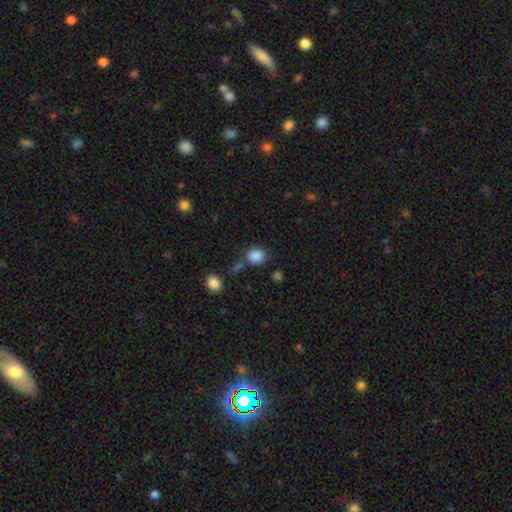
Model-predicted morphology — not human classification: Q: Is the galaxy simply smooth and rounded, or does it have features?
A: smooth — 86%.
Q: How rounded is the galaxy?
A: round — 74%.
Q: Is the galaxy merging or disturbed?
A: none — 74%.